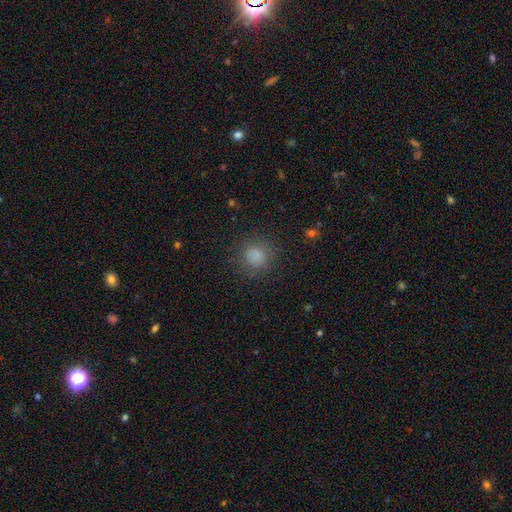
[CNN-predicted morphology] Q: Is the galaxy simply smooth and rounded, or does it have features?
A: smooth — 83%.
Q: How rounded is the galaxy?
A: round — 87%.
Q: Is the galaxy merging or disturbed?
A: none — 83%.